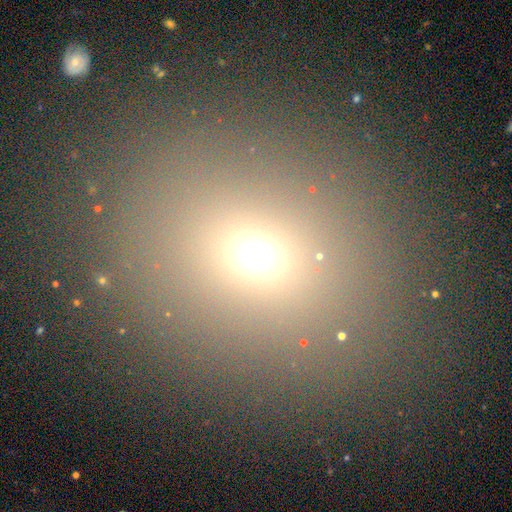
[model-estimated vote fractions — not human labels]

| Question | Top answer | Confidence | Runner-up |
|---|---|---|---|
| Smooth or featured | smooth | 64% | star or artifact (25%) |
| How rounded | round | 56% | in between (41%) |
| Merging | none | 70% | minor disturbance (12%) |